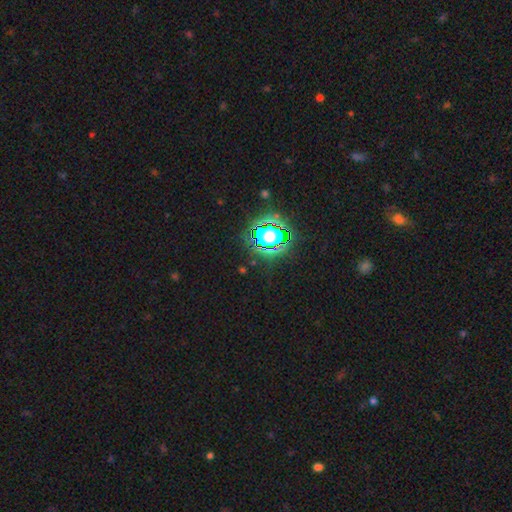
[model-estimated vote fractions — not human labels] A star or artifact, not a galaxy (82%).

Vote fractions:
- Smooth or featured? star or artifact: 82% / smooth: 11% / featured or disk: 6%